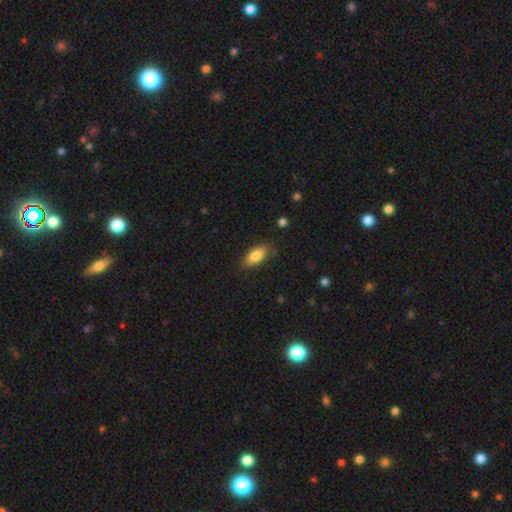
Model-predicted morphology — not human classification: smooth 83%, featured or disk 11%, star or artifact 7%. Down the decision tree: how rounded — in between (84%); merging — none (81%).